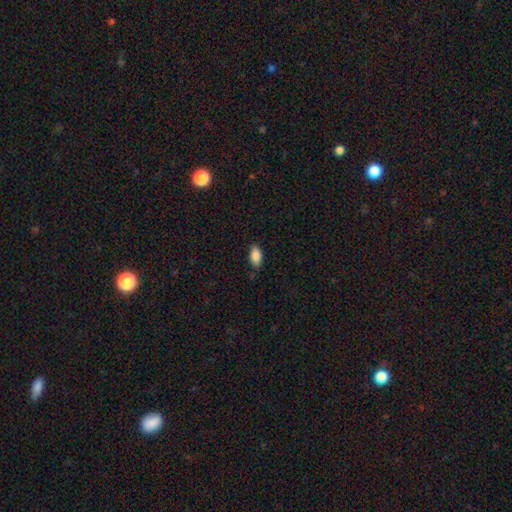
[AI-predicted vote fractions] This appears to be a smooth galaxy with no disk features (88%) that is in between round and cigar-shaped (92%). Merging: none (83%).